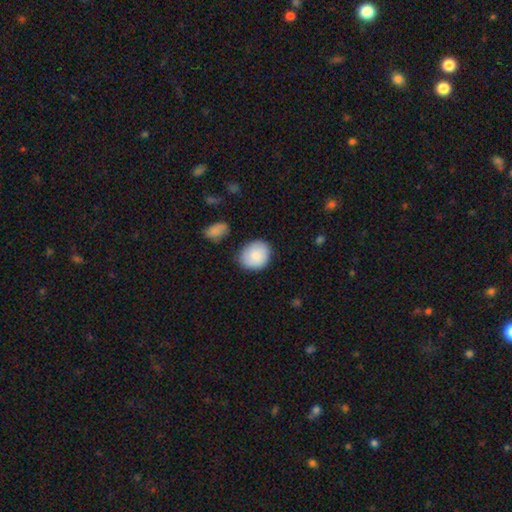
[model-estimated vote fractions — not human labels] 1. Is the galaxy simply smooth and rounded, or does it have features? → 84% smooth, 10% featured or disk, 6% star or artifact.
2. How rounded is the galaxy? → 66% round, 34% in between, 1% cigar-shaped.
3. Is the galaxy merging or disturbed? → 78% none, 16% minor disturbance, 3% major disturbance, 3% merger.